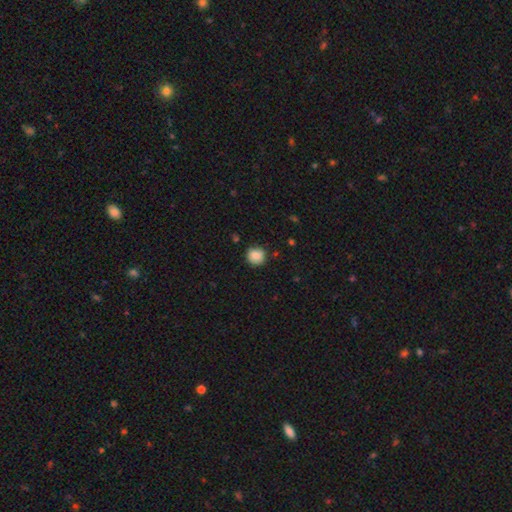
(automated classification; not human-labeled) A smooth galaxy with no disk features (85%) that is round (90%). Merging: none (84%).